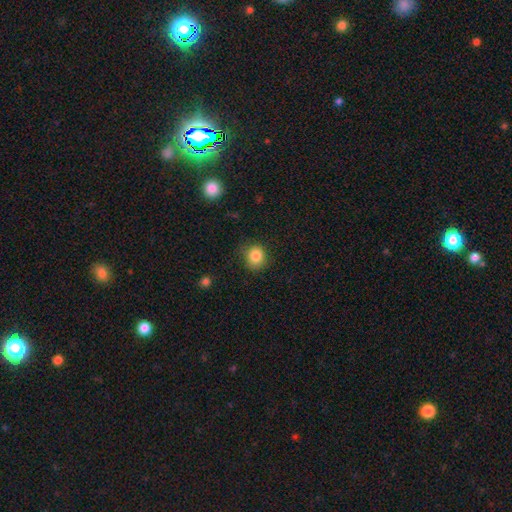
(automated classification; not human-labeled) smooth 84%, star or artifact 11%, featured or disk 5%. Down the decision tree: how rounded — round (80%); merging — none (79%).